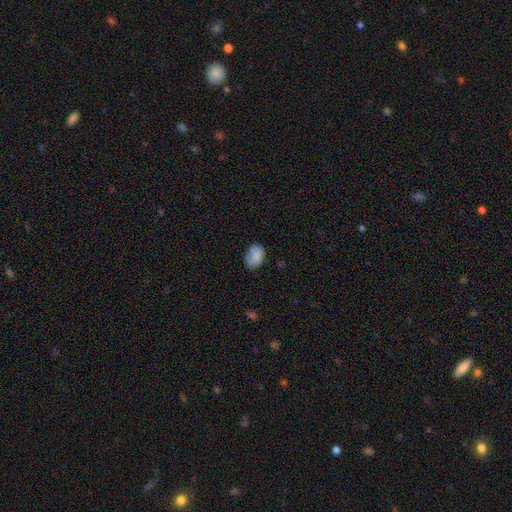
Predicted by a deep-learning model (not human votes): Overall: smooth (75%). How rounded: in between (72%). Merging: none (64%; minor disturbance 26%).